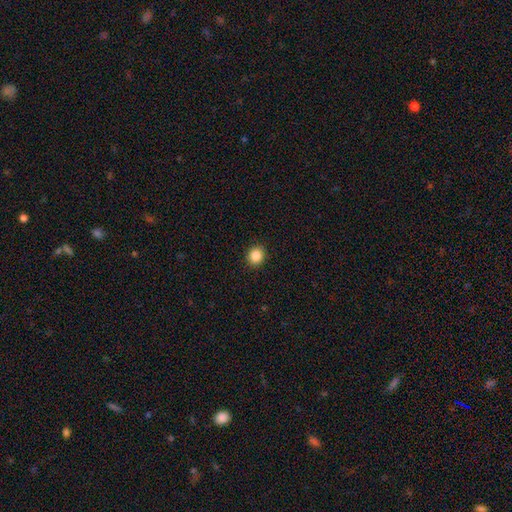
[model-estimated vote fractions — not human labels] A smooth galaxy with no disk features (87%) that is round (84%).

Vote fractions:
- Smooth or featured? smooth: 87% / star or artifact: 10% / featured or disk: 4%
- How rounded? round: 84% / in between: 15% / cigar-shaped: 1%
- Merging? none: 92% / minor disturbance: 5% / major disturbance: 2% / merger: 1%